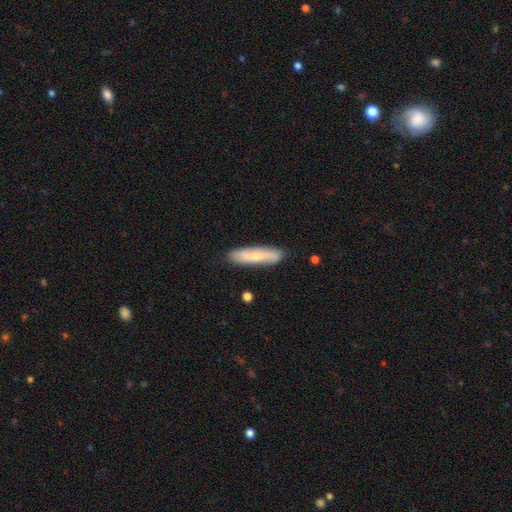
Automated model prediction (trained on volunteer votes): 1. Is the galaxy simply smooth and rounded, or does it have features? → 64% smooth, 31% featured or disk, 6% star or artifact.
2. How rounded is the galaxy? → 76% cigar-shaped, 22% in between, 2% round.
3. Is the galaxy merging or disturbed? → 87% none, 10% minor disturbance, 2% major disturbance, 1% merger.